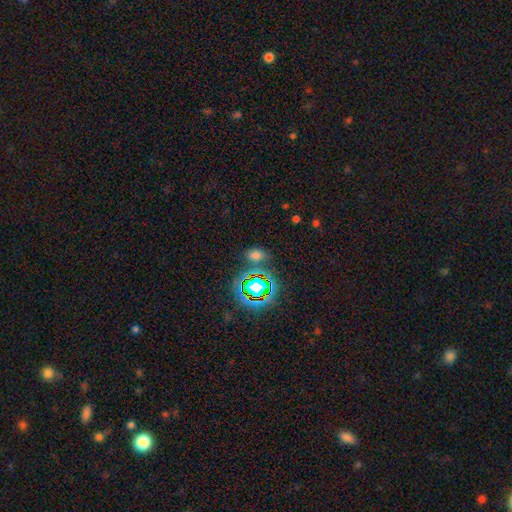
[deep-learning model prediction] A smooth galaxy with no disk features (55%) that is in between round and cigar-shaped (72%).

Vote fractions:
- Smooth or featured? smooth: 55% / star or artifact: 38% / featured or disk: 8%
- How rounded? in between: 72% / round: 26% / cigar-shaped: 2%
- Merging? none: 75% / minor disturbance: 13% / merger: 7% / major disturbance: 5%